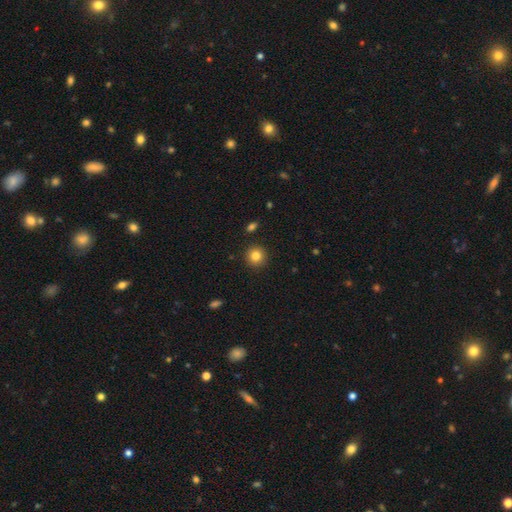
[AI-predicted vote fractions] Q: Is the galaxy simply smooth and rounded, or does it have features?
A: smooth — 83%.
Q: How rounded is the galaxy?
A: round — 93%.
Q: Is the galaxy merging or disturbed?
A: none — 91%.